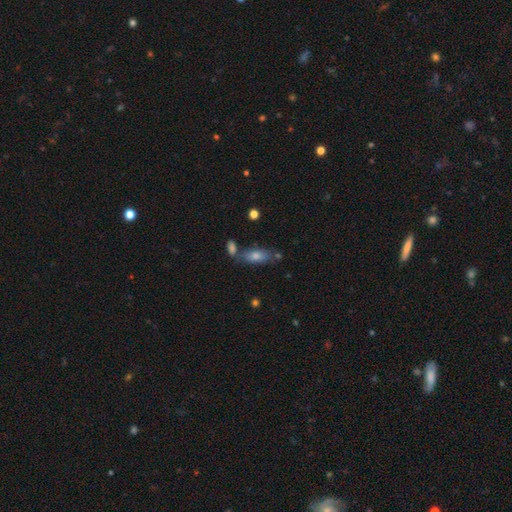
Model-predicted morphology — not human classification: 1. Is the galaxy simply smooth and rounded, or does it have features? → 66% smooth, 23% featured or disk, 12% star or artifact.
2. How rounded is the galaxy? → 73% in between, 23% cigar-shaped, 4% round.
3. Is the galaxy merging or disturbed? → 62% none, 20% merger, 13% minor disturbance, 4% major disturbance.